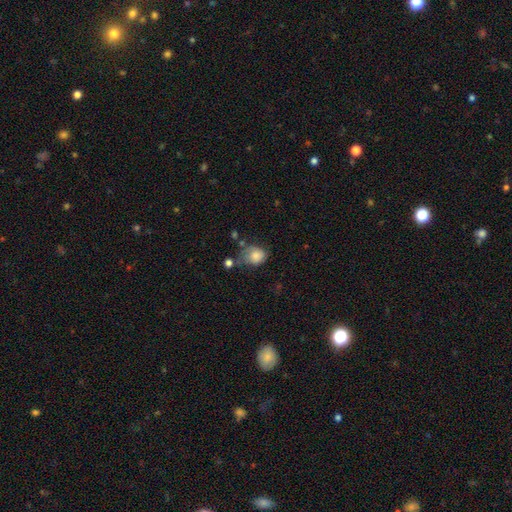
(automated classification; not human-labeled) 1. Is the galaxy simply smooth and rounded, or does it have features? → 77% smooth, 14% featured or disk, 9% star or artifact.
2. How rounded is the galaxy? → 55% round, 44% in between, 1% cigar-shaped.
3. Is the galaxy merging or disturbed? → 36% none, 33% minor disturbance, 20% major disturbance, 12% merger.